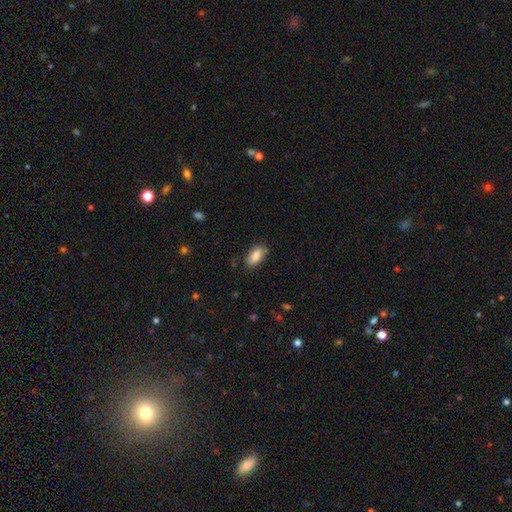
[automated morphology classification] Smooth or featured?
  - smooth: 85% *
  - featured or disk: 7%
  - star or artifact: 7%
How rounded?
  - in between: 90% *
  - cigar-shaped: 6%
  - round: 3%
Merging?
  - none: 81% *
  - minor disturbance: 14%
  - major disturbance: 3%
  - merger: 1%